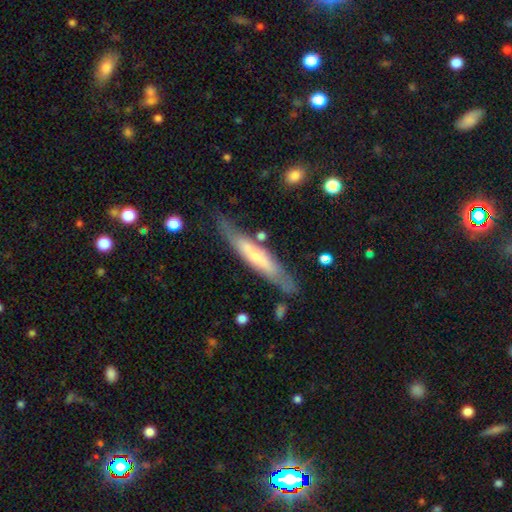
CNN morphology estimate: A featured or disk galaxy (50%).

Vote fractions:
- Smooth or featured? featured or disk: 50% / smooth: 45% / star or artifact: 5%
- Merging? none: 73% / minor disturbance: 18% / major disturbance: 5% / merger: 4%